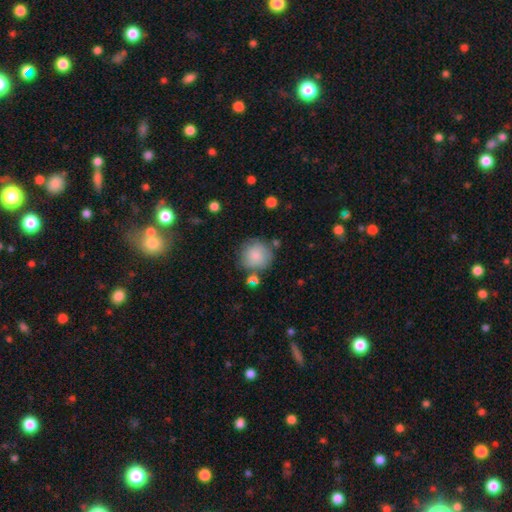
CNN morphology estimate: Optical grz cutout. It shows a smooth galaxy with no disk features (82%) that is round (92%). Merging: none (71%).